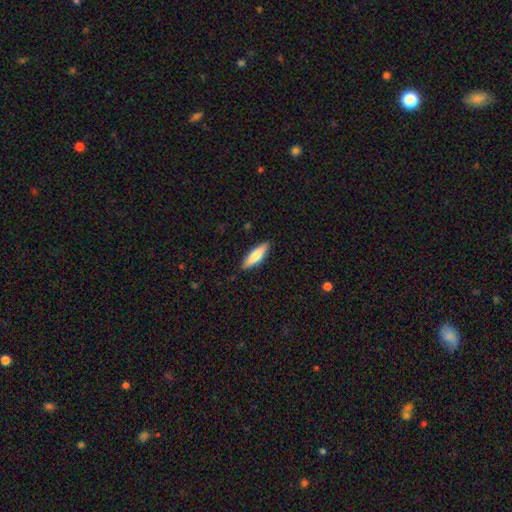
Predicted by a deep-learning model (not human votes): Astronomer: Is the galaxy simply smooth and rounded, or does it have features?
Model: smooth — 73%.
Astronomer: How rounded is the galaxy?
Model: cigar-shaped — 59% (runner-up: in between, 39%).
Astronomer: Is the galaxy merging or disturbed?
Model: none — 88%.